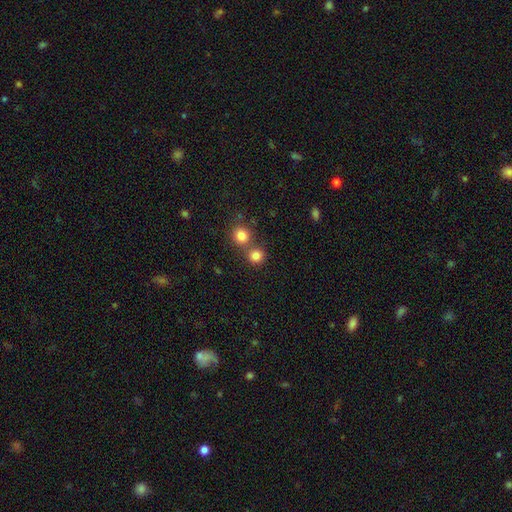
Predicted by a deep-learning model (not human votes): smooth 82%, star or artifact 12%, featured or disk 6%. Down the decision tree: how rounded — round (88%); merging — none (60%).